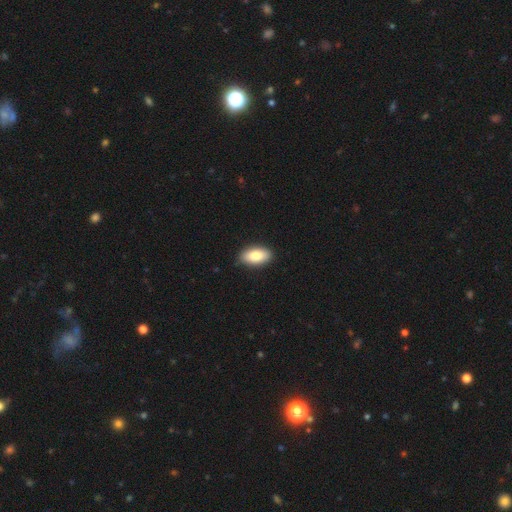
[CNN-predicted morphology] This is clearly a smooth galaxy (82%). How rounded: clearly in between (92%). Merging: clearly none (89%).